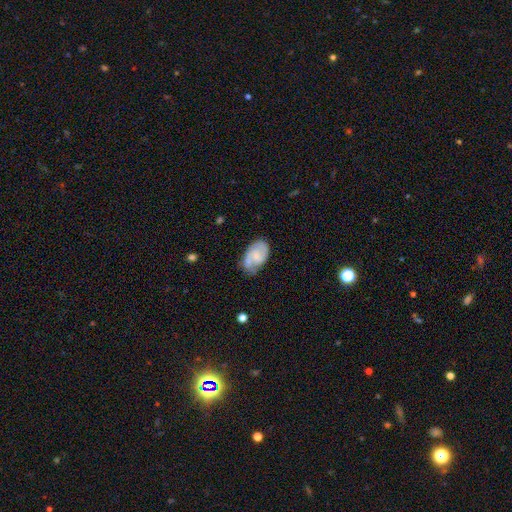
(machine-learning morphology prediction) type=featured or disk (69%); edge-on=no (97%); bar=weak (47%); spiral arms=yes (93%); winding=medium (49%); arm count=2 (81%); bulge=small (45%); merging=none (65%).